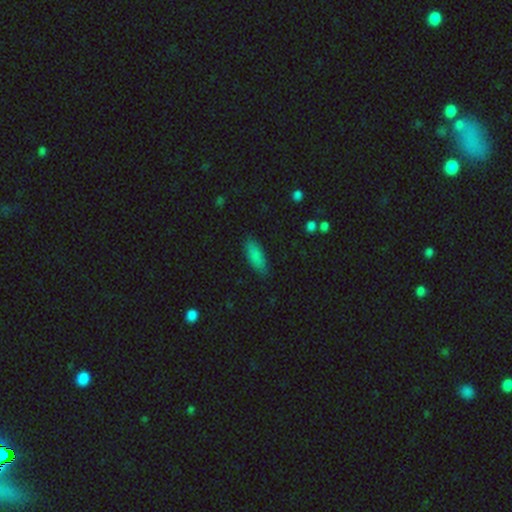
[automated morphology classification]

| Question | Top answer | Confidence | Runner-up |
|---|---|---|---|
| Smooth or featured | smooth | 85% | star or artifact (8%) |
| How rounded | in between | 73% | cigar-shaped (25%) |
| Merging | none | 84% | minor disturbance (12%) |